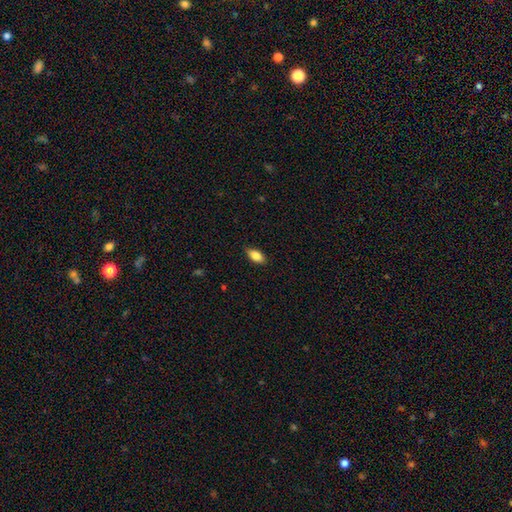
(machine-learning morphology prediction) A smooth galaxy with no disk features (84%) that is in between round and cigar-shaped (89%). Merging: none (83%).